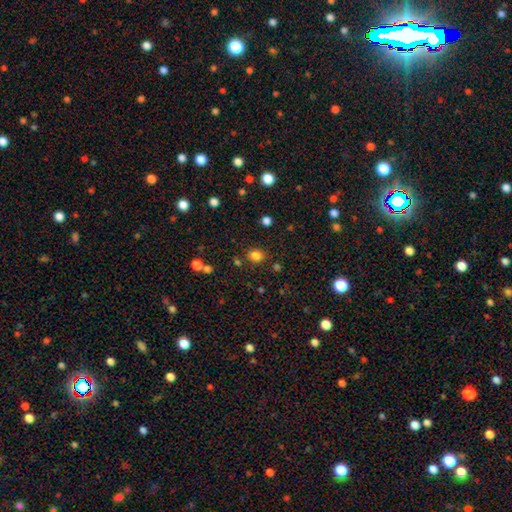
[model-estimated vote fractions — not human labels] A smooth galaxy with no disk features (81%) that is round (51%). Merging: none (82%).